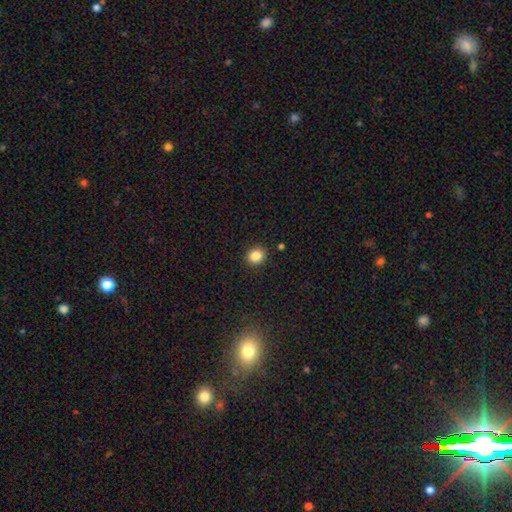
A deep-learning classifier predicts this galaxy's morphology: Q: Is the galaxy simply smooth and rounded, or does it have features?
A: smooth — 84%.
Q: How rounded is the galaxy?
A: round — 76%.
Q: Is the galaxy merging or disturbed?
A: none — 91%.